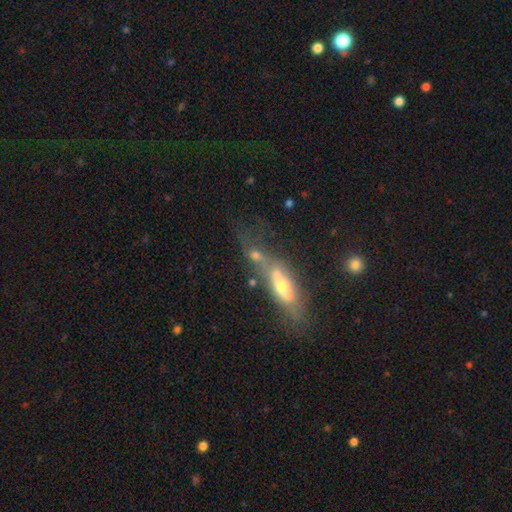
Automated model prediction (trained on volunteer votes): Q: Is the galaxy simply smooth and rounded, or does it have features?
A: featured or disk — 48%.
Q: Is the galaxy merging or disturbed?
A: none — 36%.